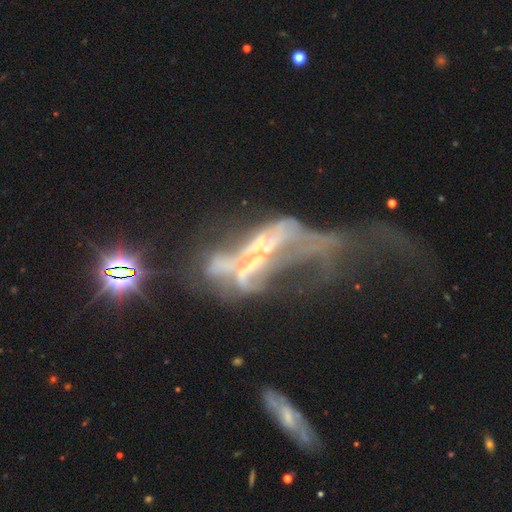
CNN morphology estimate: Overall: featured or disk (67%). Edge-on disk: no (75%). Bar: no (63%). Spiral arms: no (74%). Bulge size: none (39%; small 30%). Merging: major disturbance (45%; merger 40%).